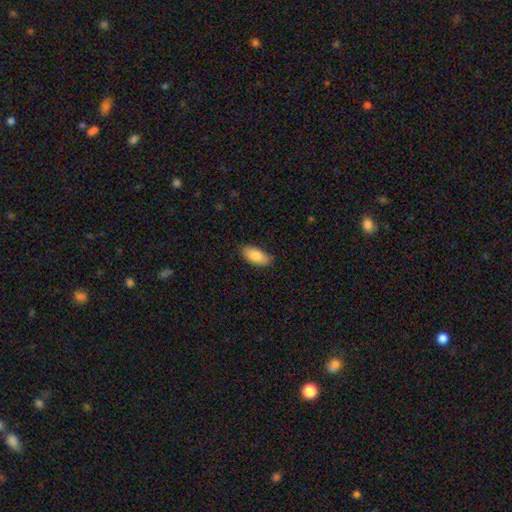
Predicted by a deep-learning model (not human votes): Morphology: type=smooth (86%); roundness=in between (90%); merging=none (87%).